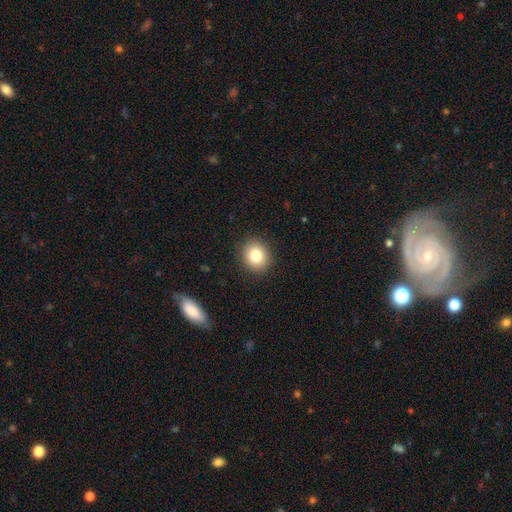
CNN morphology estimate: A smooth galaxy with no disk features (81%) that is round (78%).

Vote fractions:
- Smooth or featured? smooth: 81% / star or artifact: 11% / featured or disk: 9%
- How rounded? round: 78% / in between: 21% / cigar-shaped: 1%
- Merging? none: 90% / minor disturbance: 7% / major disturbance: 2% / merger: 1%